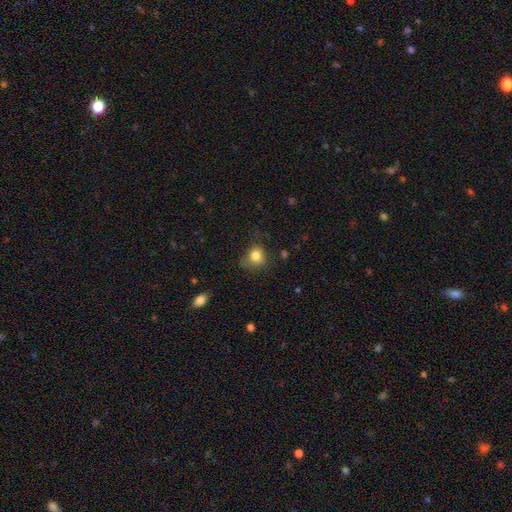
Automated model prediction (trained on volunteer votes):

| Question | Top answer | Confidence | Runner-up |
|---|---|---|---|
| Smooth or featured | smooth | 82% | star or artifact (11%) |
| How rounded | round | 73% | in between (26%) |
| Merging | none | 65% | minor disturbance (25%) |